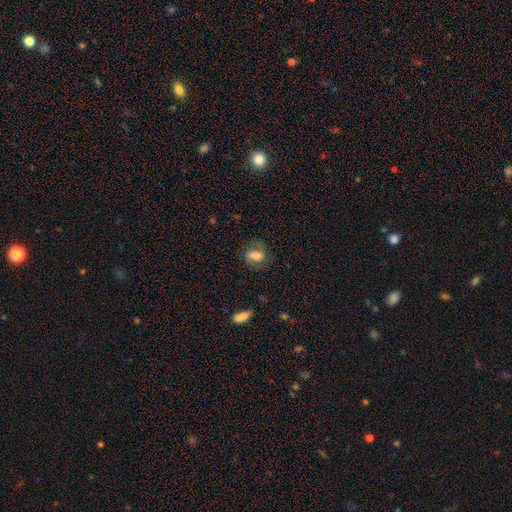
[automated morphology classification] The model was most divided on "merging": none: 63%, minor disturbance: 22%, major disturbance: 12%, merger: 2%. More confident: how rounded — in between (72%); smooth or featured — smooth (68%).